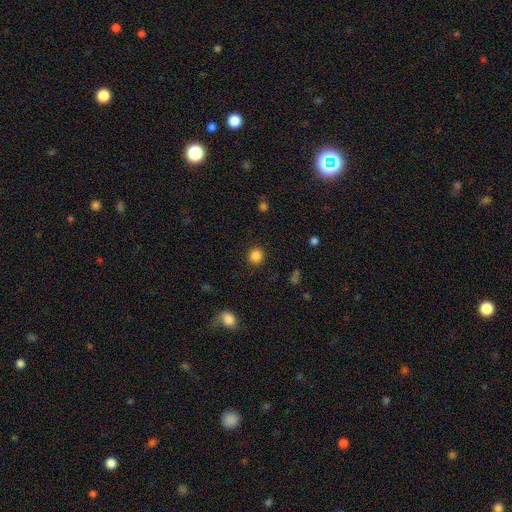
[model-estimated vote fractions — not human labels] A smooth galaxy with no disk features (85%) that is round (85%). Merging: none (89%).